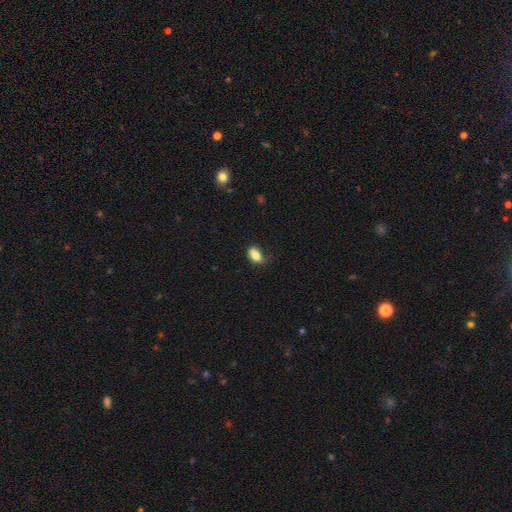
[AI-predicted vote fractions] Q: Smooth or featured?
A: smooth (74%); runner-up: featured or disk (17%)
Q: How rounded?
A: in between (81%); runner-up: round (15%)
Q: Merging?
A: minor disturbance (34%); tied with: none (34%)